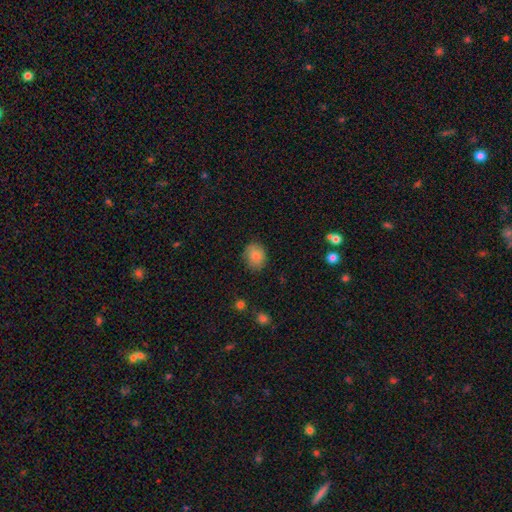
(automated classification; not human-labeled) This appears to be a smooth galaxy with no disk features (85%) that is round (51%). Merging: none (84%).